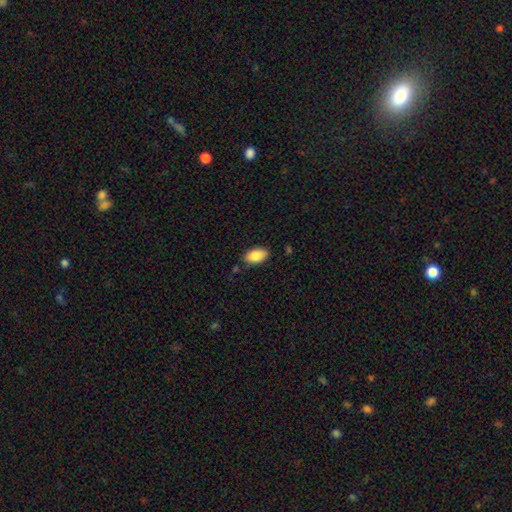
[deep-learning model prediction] smooth 87%, star or artifact 7%, featured or disk 7%. Down the decision tree: how rounded — in between (94%); merging — none (84%).